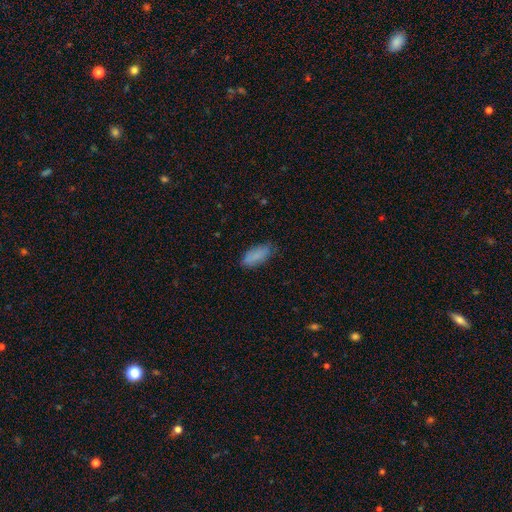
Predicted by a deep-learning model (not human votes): This is clearly a smooth galaxy (86%). How rounded: clearly in between (83%). Merging: likely none (77%).